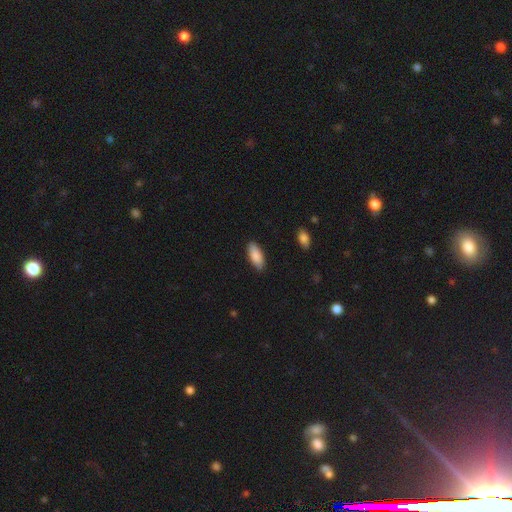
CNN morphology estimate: Q: Smooth or featured?
A: smooth (87%); runner-up: featured or disk (8%)
Q: How rounded?
A: in between (81%); runner-up: cigar-shaped (17%)
Q: Merging?
A: none (88%); runner-up: minor disturbance (9%)